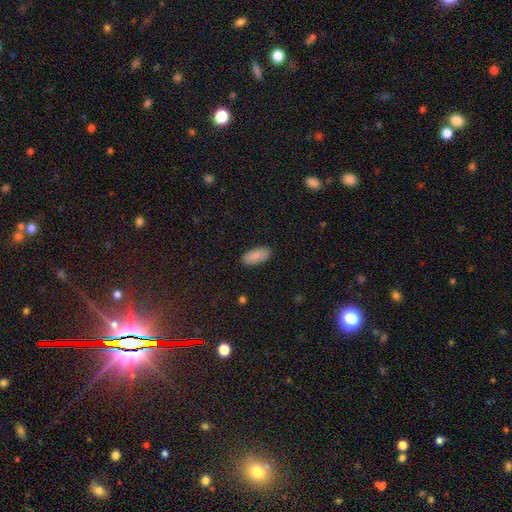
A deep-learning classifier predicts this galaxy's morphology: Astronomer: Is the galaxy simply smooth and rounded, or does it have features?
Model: smooth — 89%.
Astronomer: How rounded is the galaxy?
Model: in between — 91%.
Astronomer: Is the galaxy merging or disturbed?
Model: none — 89%.